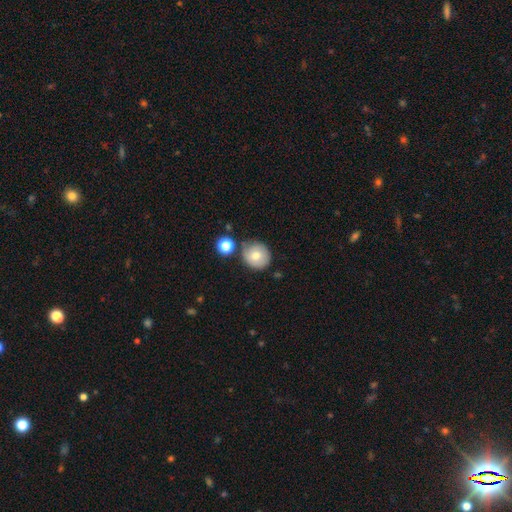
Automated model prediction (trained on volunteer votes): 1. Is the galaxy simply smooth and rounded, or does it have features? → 74% smooth, 16% featured or disk, 10% star or artifact.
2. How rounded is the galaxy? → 89% round, 10% in between, 1% cigar-shaped.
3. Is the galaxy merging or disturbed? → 73% none, 14% minor disturbance, 9% merger, 3% major disturbance.